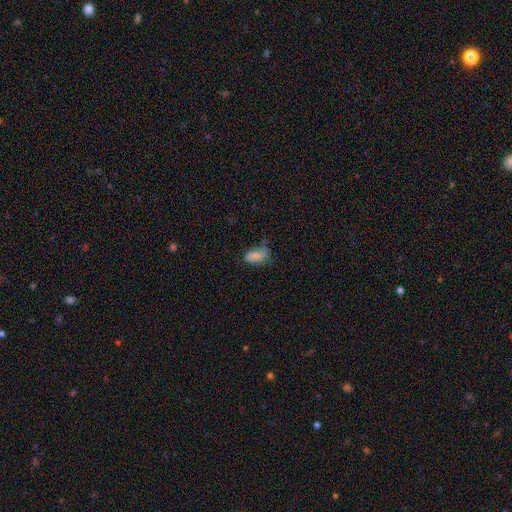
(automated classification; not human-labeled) Smooth or featured?
  - smooth: 79% *
  - featured or disk: 12%
  - star or artifact: 9%
How rounded?
  - in between: 91% *
  - round: 5%
  - cigar-shaped: 4%
Merging?
  - none: 45% *
  - minor disturbance: 35%
  - major disturbance: 15%
  - merger: 5%